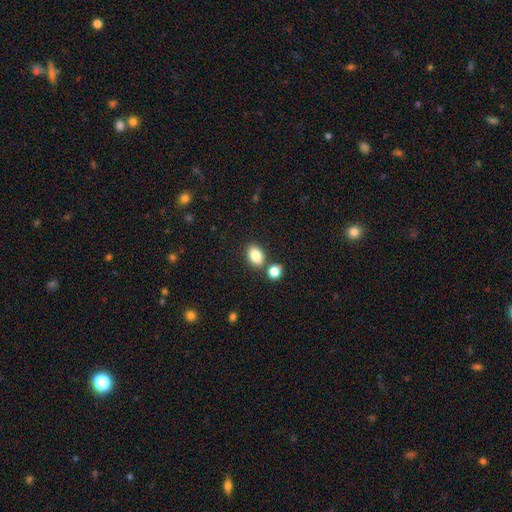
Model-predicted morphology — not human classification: Q: Smooth or featured?
A: smooth (84%); runner-up: star or artifact (9%)
Q: How rounded?
A: in between (81%); runner-up: round (17%)
Q: Merging?
A: none (72%); runner-up: merger (15%)